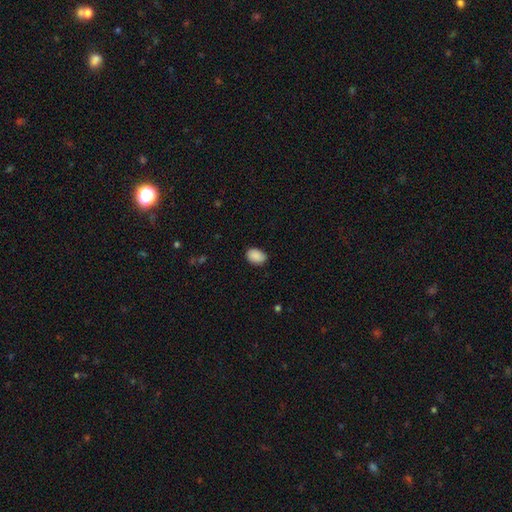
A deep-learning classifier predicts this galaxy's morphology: type=smooth (89%); roundness=in between (79%); merging=none (80%).